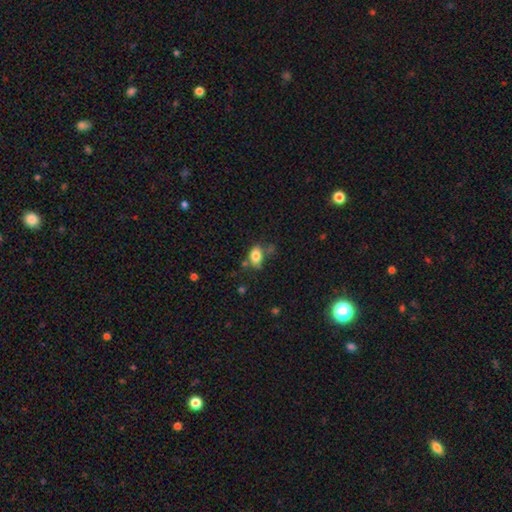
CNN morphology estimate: Smooth or featured?
  - smooth: 80% *
  - featured or disk: 11%
  - star or artifact: 9%
How rounded?
  - in between: 85% *
  - round: 13%
  - cigar-shaped: 2%
Merging?
  - none: 53% *
  - minor disturbance: 26%
  - merger: 12%
  - major disturbance: 9%